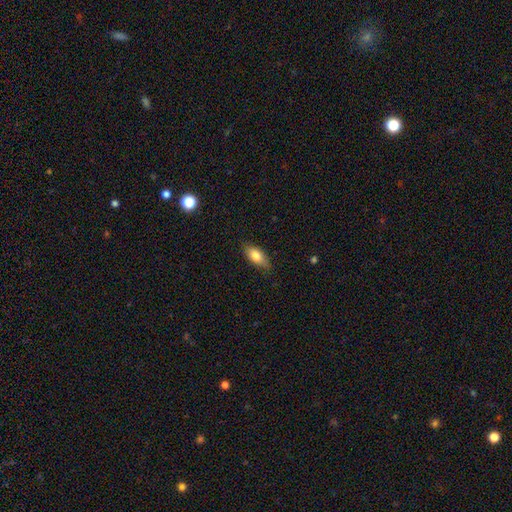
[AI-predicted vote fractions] Smooth or featured? smooth (77%)
How rounded? in between (84%)
Merging? none (81%)